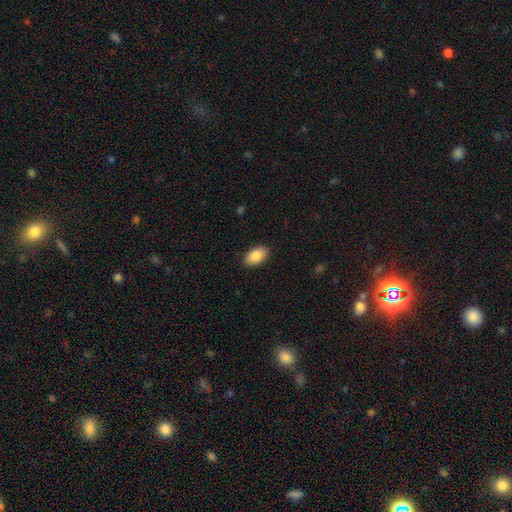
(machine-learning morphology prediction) smooth-or-featured: smooth: 88% | star or artifact: 7% | featured or disk: 6%
  how-rounded: in between: 94% | round: 4% | cigar-shaped: 2%
  merging: none: 88% | minor disturbance: 9% | major disturbance: 2% | merger: 1%